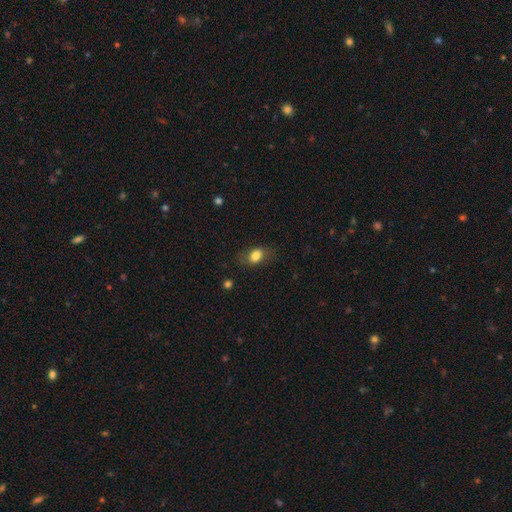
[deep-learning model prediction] A smooth galaxy with no disk features (80%) that is in between round and cigar-shaped (74%).

Vote fractions:
- Smooth or featured? smooth: 80% / featured or disk: 11% / star or artifact: 9%
- How rounded? in between: 74% / round: 23% / cigar-shaped: 2%
- Merging? none: 73% / minor disturbance: 18% / major disturbance: 7% / merger: 1%